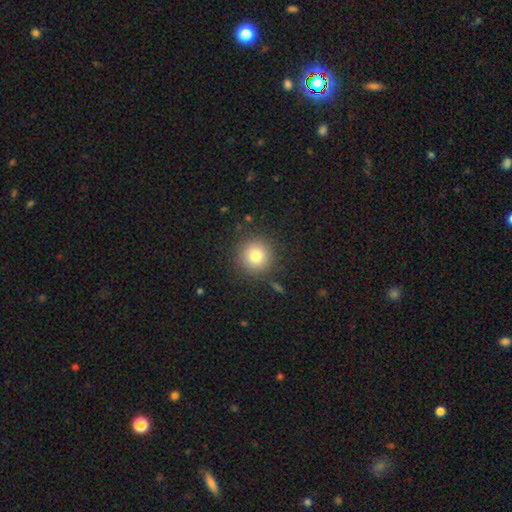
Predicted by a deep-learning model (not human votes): Smooth or featured: smooth — 78% (star or artifact — 12%)
How rounded: round — 95% (in between — 4%)
Merging: none — 88% (minor disturbance — 7%)